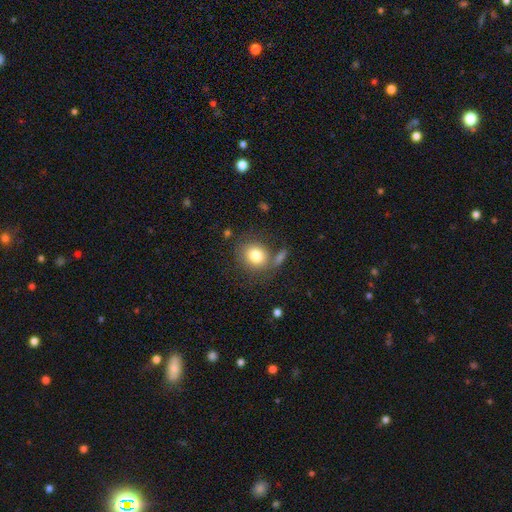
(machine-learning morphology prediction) This is clearly a smooth galaxy (80%). How rounded: likely round (77%). Merging: likely none (67%).